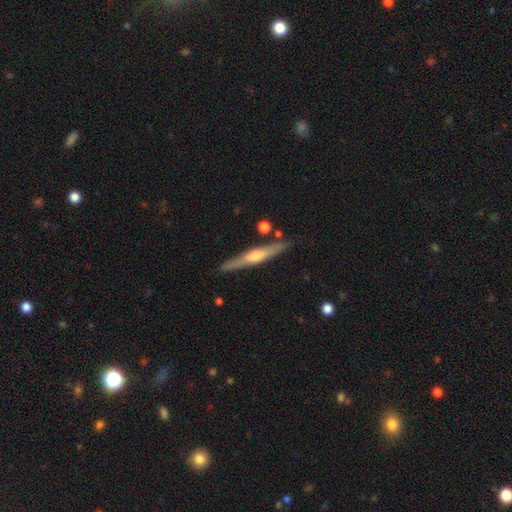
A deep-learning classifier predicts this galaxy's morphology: Smooth or featured?
  - featured or disk: 67% *
  - smooth: 27%
  - star or artifact: 6%
Edge-on disk?
  - yes: 96% *
  - no: 4%
Edge-on bulge?
  - rounded: 83% *
  - none: 11%
  - boxy: 6%
Merging?
  - none: 86% *
  - minor disturbance: 9%
  - merger: 3%
  - major disturbance: 2%